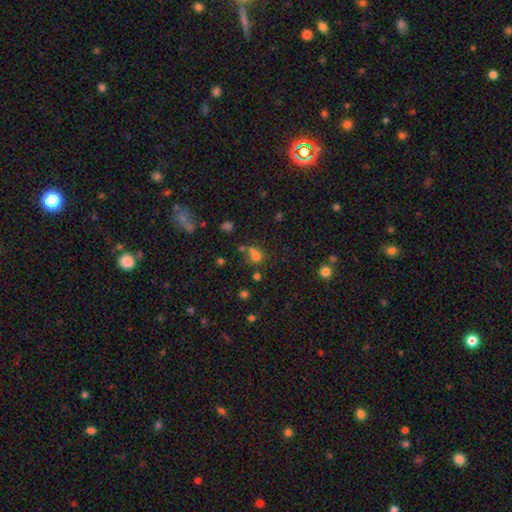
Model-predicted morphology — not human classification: Smooth or featured? smooth (68%)
How rounded? round (72%)
Merging? none (46%)